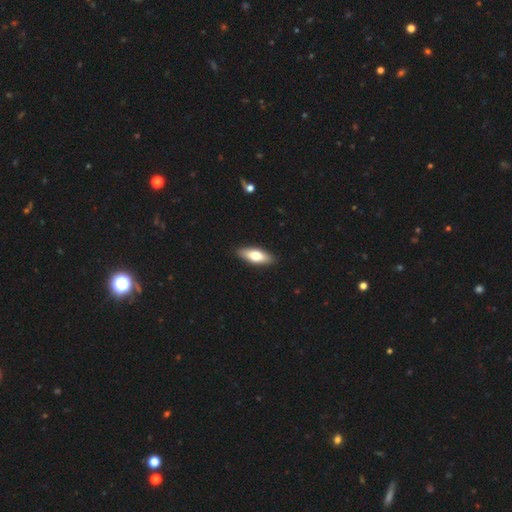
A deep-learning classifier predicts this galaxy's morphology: smooth_or_featured: smooth (p=0.67) [alt: featured or disk p=0.27]
how_rounded: in between (p=0.68) [alt: cigar-shaped p=0.30]
merging: none (p=0.90) [alt: minor disturbance p=0.07]